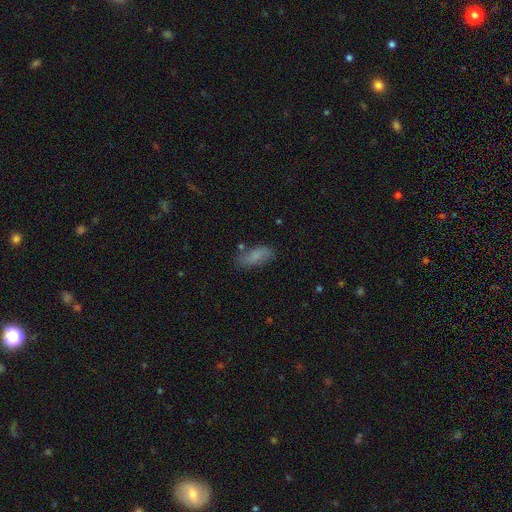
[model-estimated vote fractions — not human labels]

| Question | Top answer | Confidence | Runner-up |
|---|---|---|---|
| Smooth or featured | smooth | 76% | featured or disk (15%) |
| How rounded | in between | 80% | cigar-shaped (17%) |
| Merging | none | 71% | minor disturbance (20%) |